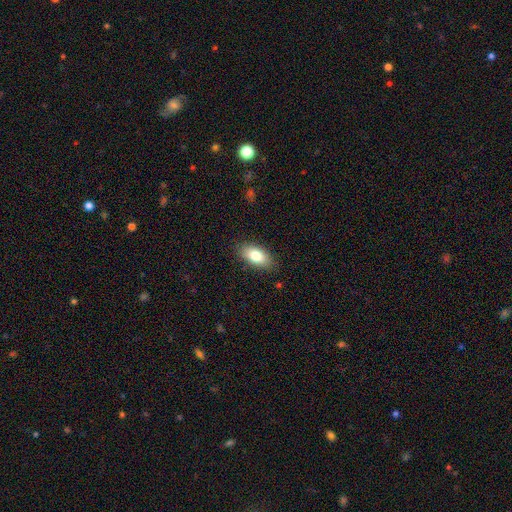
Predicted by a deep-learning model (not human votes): smooth-or-featured: smooth: 81% | featured or disk: 12% | star or artifact: 7%
  how-rounded: in between: 91% | cigar-shaped: 6% | round: 4%
  merging: none: 85% | minor disturbance: 11% | major disturbance: 3% | merger: 1%